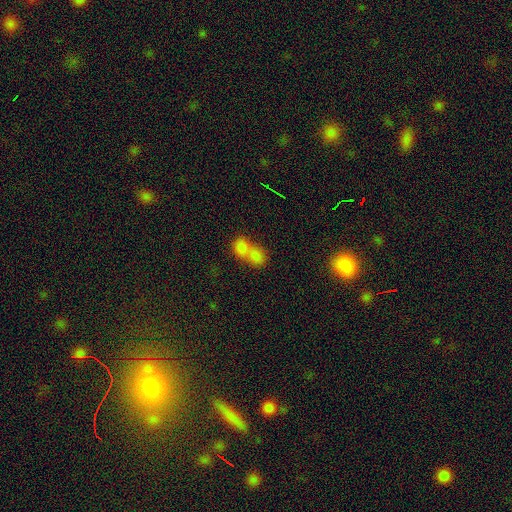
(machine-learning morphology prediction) A smooth galaxy with no disk features (77%) that is in between round and cigar-shaped (58%).

Vote fractions:
- Smooth or featured? smooth: 77% / featured or disk: 12% / star or artifact: 11%
- How rounded? in between: 58% / round: 40% / cigar-shaped: 2%
- Merging? merger: 75% / none: 17% / minor disturbance: 5% / major disturbance: 3%